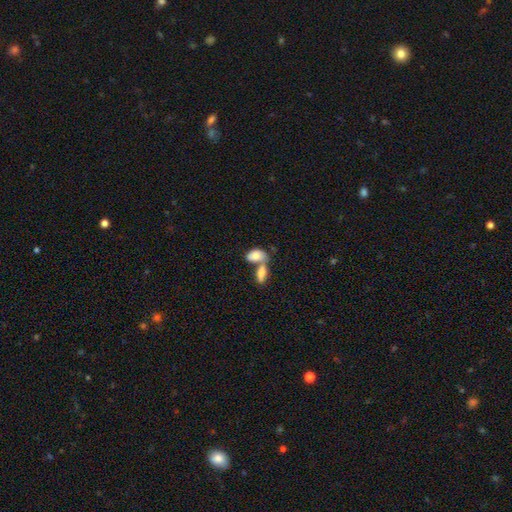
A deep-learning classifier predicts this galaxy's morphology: Smooth or featured?
  - smooth: 79% *
  - featured or disk: 15%
  - star or artifact: 6%
How rounded?
  - in between: 90% *
  - round: 7%
  - cigar-shaped: 3%
Merging?
  - merger: 58% *
  - none: 28%
  - minor disturbance: 10%
  - major disturbance: 4%